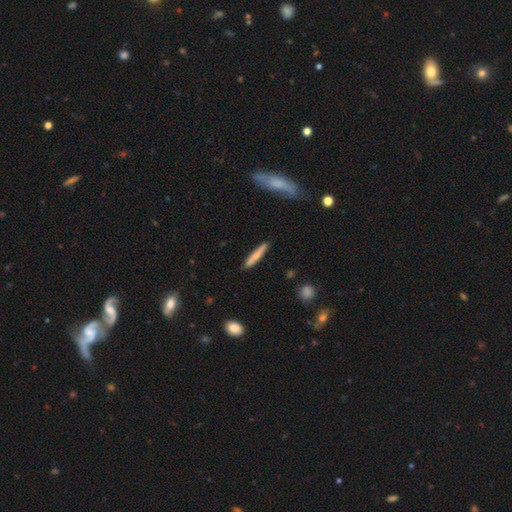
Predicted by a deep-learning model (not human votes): Smooth or featured? Predicted: smooth (p=0.72). How rounded? Predicted: cigar-shaped (p=0.91). Merging? Predicted: none (p=0.87).